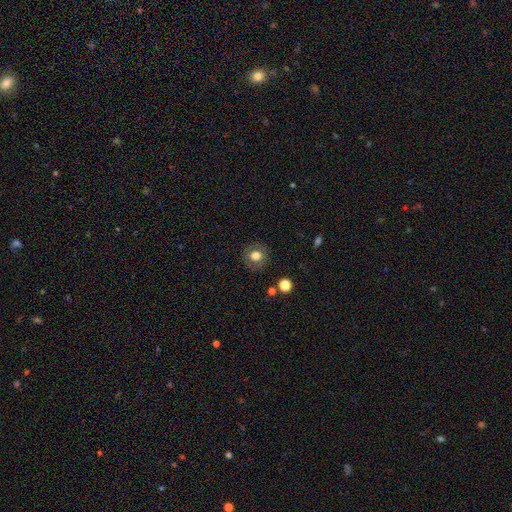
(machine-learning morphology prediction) This appears to be a smooth galaxy with no disk features (71%) that is round (91%). Merging: none (87%).